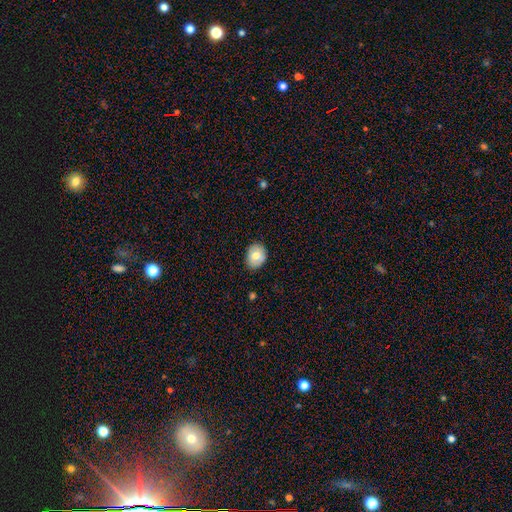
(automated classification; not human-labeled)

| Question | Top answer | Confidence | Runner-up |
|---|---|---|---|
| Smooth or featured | smooth | 72% | featured or disk (20%) |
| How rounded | in between | 50% | round (49%) |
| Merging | none | 84% | minor disturbance (12%) |